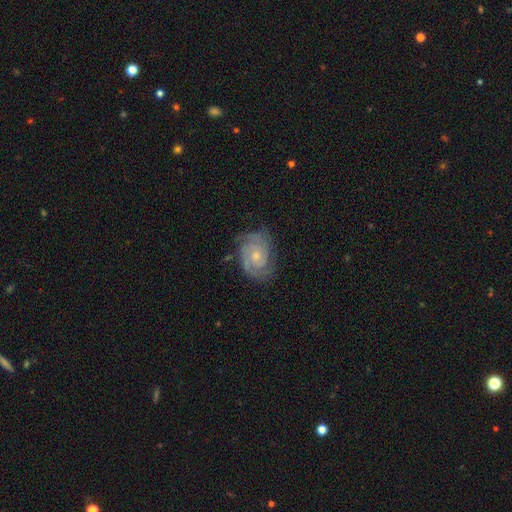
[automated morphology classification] featured or disk 87%, smooth 8%, star or artifact 5%. Down the decision tree: edge-on disk — no (98%); bar — no (69%); spiral arms — yes (97%); spiral arm count — 2 (56%); spiral winding — tight (66%); bulge size — small (56%); merging — none (74%).